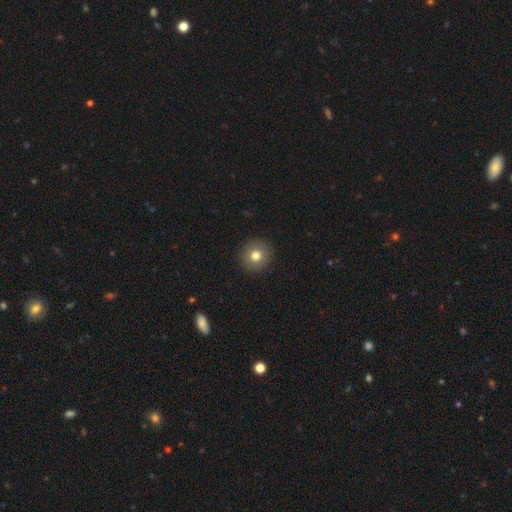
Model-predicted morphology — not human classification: Smooth or featured: smooth — 77% (featured or disk — 13%)
How rounded: round — 93% (in between — 6%)
Merging: none — 92% (minor disturbance — 5%)